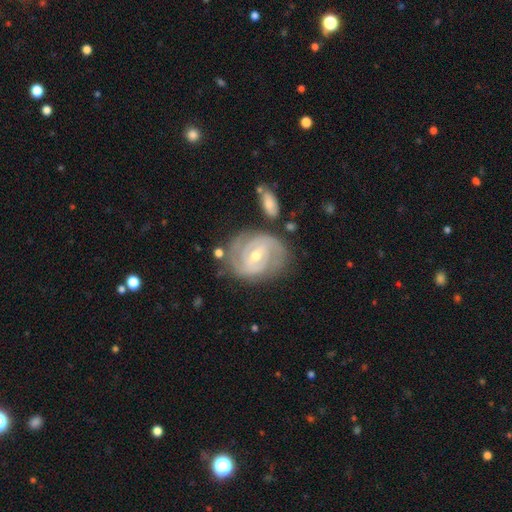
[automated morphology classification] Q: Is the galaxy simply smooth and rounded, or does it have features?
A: featured or disk — 88%.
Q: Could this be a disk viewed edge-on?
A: no — 97%.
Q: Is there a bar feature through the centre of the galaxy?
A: weak — 51%.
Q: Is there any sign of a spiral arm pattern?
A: yes — 96%.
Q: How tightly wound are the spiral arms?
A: tight — 66%.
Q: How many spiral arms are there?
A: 2 — 56%.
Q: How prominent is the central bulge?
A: moderate — 50%.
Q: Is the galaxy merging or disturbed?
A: none — 70%.